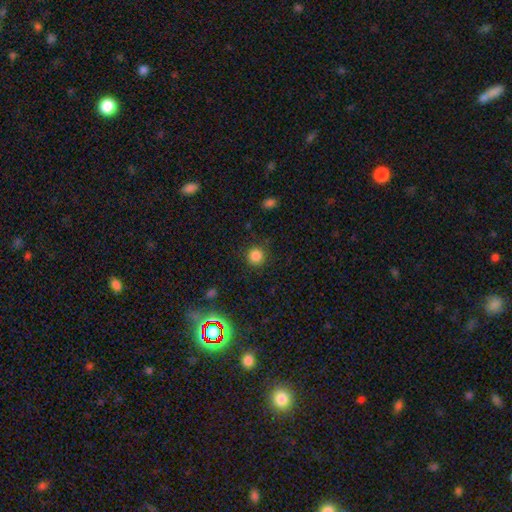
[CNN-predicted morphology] A smooth galaxy with no disk features (83%) that is round (94%).

Vote fractions:
- Smooth or featured? smooth: 83% / star or artifact: 13% / featured or disk: 4%
- How rounded? round: 94% / in between: 5% / cigar-shaped: 1%
- Merging? none: 87% / minor disturbance: 8% / major disturbance: 3% / merger: 1%